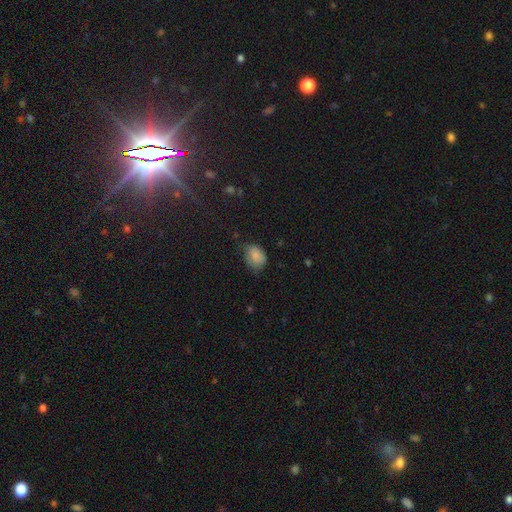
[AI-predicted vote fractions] Smooth or featured: smooth — 80% (featured or disk — 10%)
How rounded: in between — 67% (round — 32%)
Merging: none — 51% (minor disturbance — 36%)